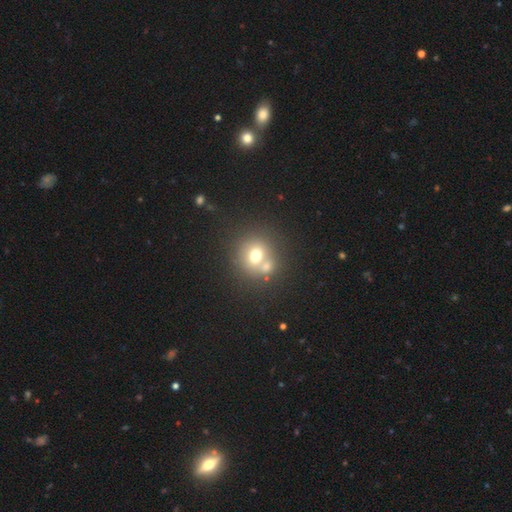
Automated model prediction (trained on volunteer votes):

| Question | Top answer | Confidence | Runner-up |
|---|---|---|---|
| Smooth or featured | smooth | 68% | featured or disk (17%) |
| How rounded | round | 83% | in between (16%) |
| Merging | none | 51% | merger (37%) |